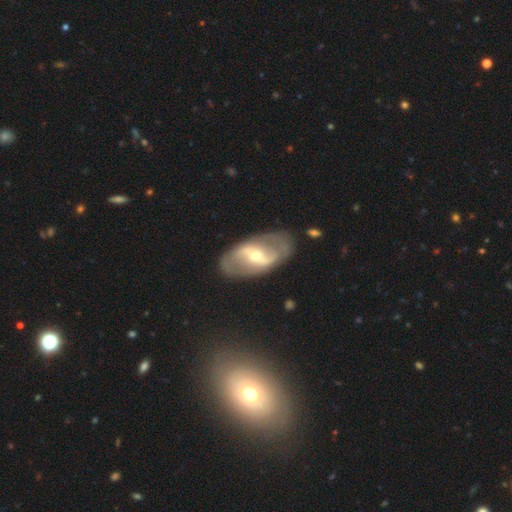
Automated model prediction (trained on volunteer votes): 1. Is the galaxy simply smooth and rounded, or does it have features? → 77% featured or disk, 18% smooth, 5% star or artifact.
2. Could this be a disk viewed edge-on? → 93% no, 7% yes.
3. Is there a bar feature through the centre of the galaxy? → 50% strong, 35% weak, 16% no.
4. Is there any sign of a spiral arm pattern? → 68% yes, 32% no.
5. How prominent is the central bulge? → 52% moderate, 41% small, 4% large, 1% none, 1% dominant.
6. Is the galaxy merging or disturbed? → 79% none, 13% minor disturbance, 6% major disturbance, 2% merger.